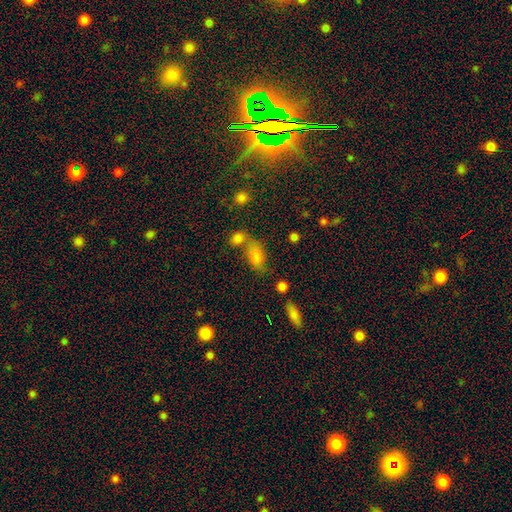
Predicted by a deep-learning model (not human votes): smooth-or-featured: smooth: 70% | star or artifact: 18% | featured or disk: 12%
  how-rounded: in between: 85% | round: 9% | cigar-shaped: 6%
  merging: none: 51% | merger: 28% | minor disturbance: 14% | major disturbance: 7%